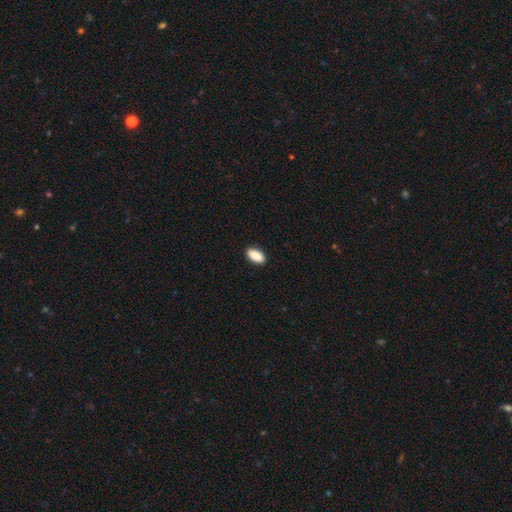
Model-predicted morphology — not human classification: This is clearly a smooth galaxy (91%). How rounded: clearly in between (91%). Merging: clearly none (90%).